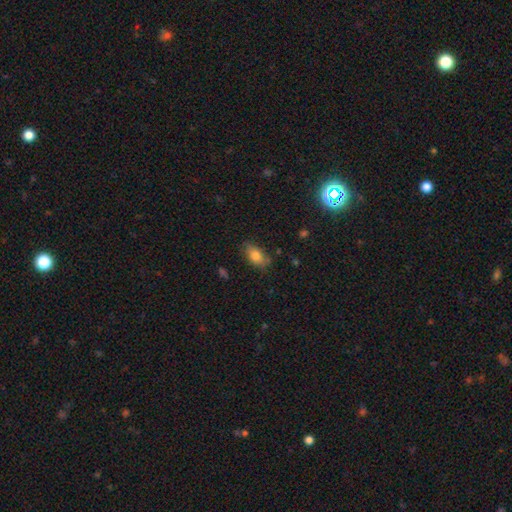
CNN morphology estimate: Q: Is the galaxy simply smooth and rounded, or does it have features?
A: smooth — 79%.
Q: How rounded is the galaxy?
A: in between — 87%.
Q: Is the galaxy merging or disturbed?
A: none — 73%.